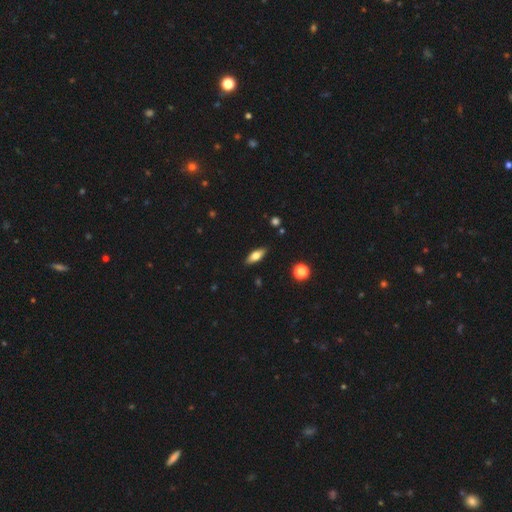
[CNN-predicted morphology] type=smooth (67%); roundness=in between (72%); merging=none (87%).